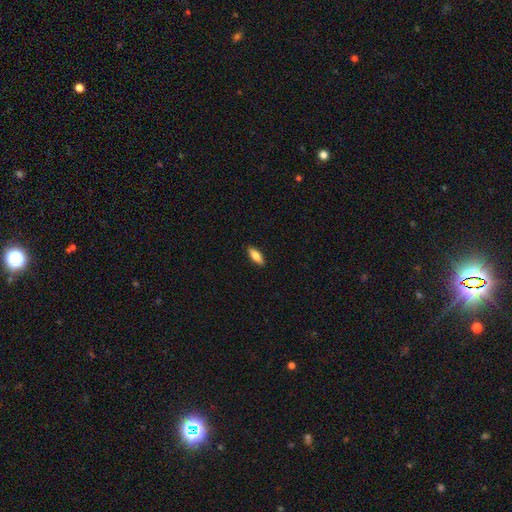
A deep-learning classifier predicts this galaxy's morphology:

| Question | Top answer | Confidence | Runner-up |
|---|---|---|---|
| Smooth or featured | smooth | 79% | featured or disk (15%) |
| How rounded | in between | 69% | cigar-shaped (29%) |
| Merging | none | 90% | minor disturbance (8%) |